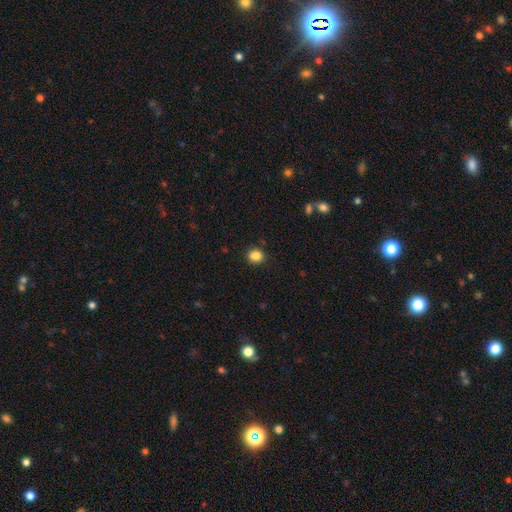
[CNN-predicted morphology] type=smooth (86%); roundness=round (81%); merging=none (87%).